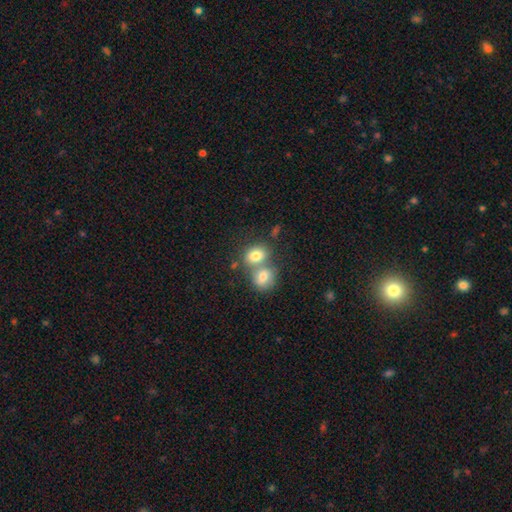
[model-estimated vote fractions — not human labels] Q: Smooth or featured?
A: smooth (78%); runner-up: featured or disk (12%)
Q: How rounded?
A: in between (52%); runner-up: round (47%)
Q: Merging?
A: merger (52%); runner-up: none (36%)